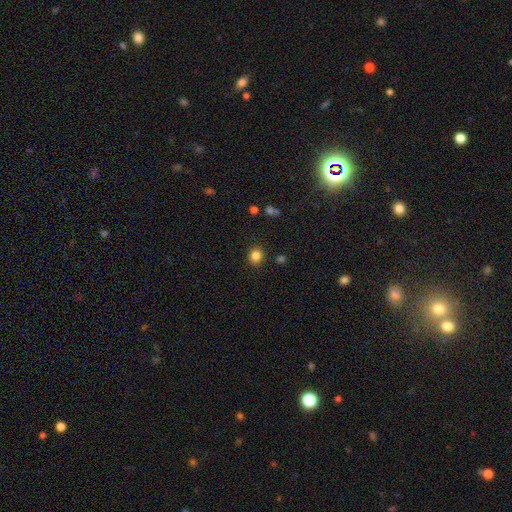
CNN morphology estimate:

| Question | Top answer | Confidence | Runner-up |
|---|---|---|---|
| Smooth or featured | smooth | 84% | star or artifact (12%) |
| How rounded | round | 79% | in between (20%) |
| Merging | none | 89% | minor disturbance (7%) |